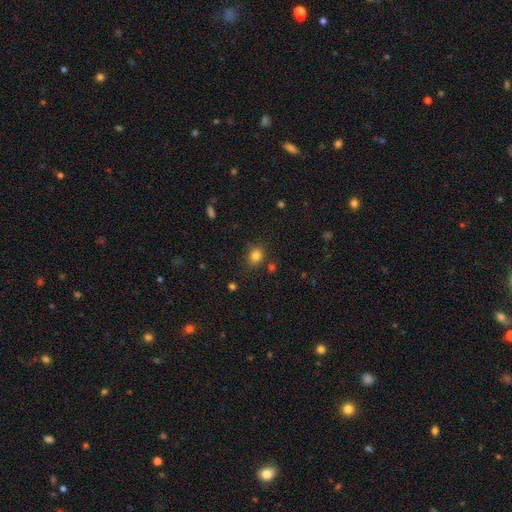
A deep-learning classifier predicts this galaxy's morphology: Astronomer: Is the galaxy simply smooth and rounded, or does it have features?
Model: smooth — 81%.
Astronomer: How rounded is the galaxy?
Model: round — 60% (runner-up: in between, 39%).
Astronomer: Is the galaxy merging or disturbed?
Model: none — 81%.